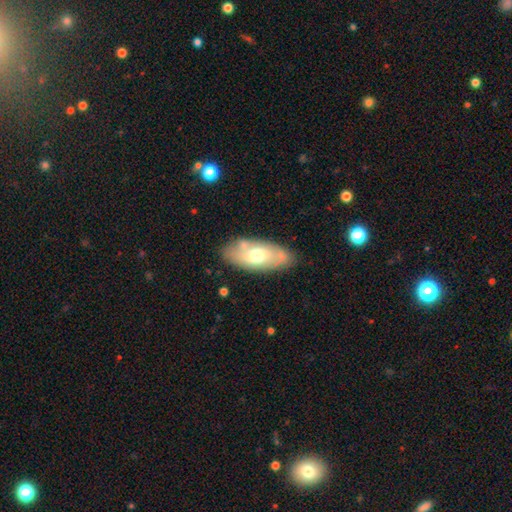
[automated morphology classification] A smooth galaxy with no disk features (53%) that is in between round and cigar-shaped (88%).

Vote fractions:
- Smooth or featured? smooth: 53% / featured or disk: 41% / star or artifact: 6%
- How rounded? in between: 88% / cigar-shaped: 9% / round: 3%
- Merging? none: 77% / minor disturbance: 15% / merger: 4% / major disturbance: 4%